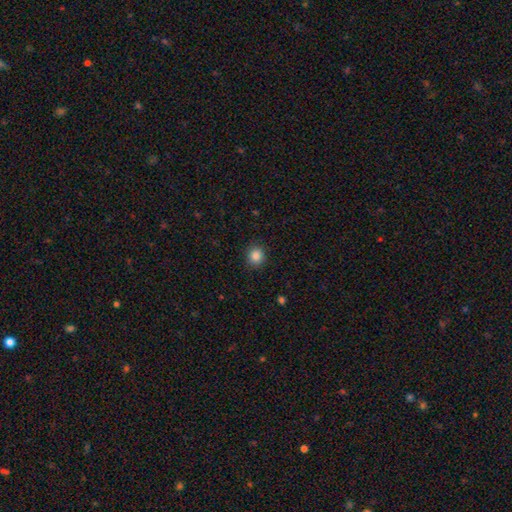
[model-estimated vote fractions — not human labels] Q: Smooth or featured?
A: smooth (86%); runner-up: star or artifact (11%)
Q: How rounded?
A: round (84%); runner-up: in between (15%)
Q: Merging?
A: none (90%); runner-up: minor disturbance (6%)